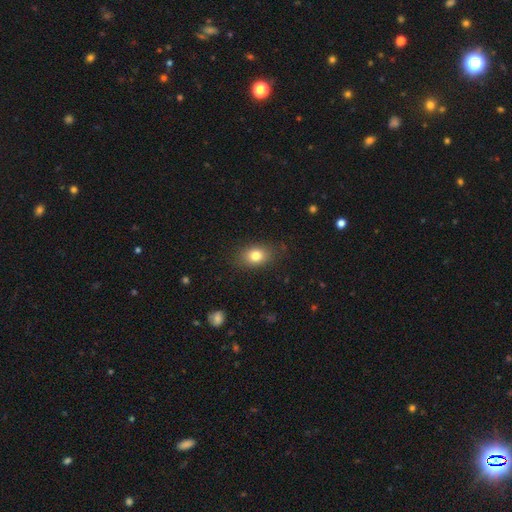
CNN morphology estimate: Smooth or featured: smooth — 80% (featured or disk — 10%)
How rounded: in between — 72% (round — 26%)
Merging: none — 84% (minor disturbance — 12%)